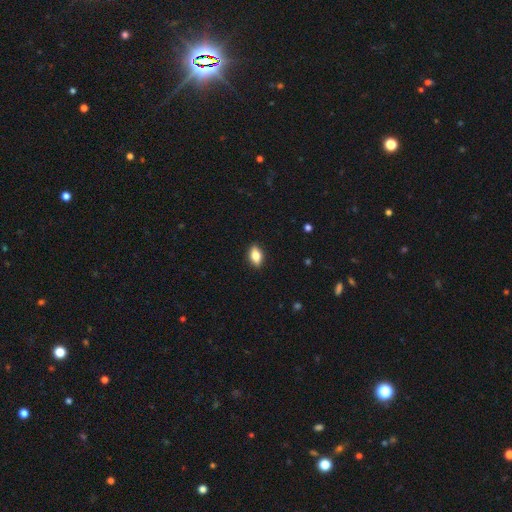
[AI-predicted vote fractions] smooth 74%, featured or disk 18%, star or artifact 8%. Down the decision tree: how rounded — in between (84%); merging — none (88%).